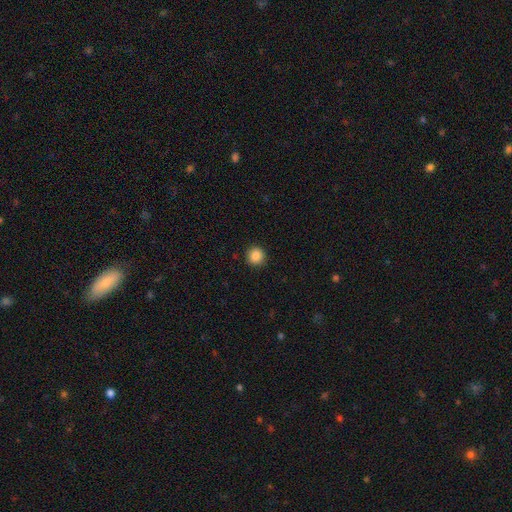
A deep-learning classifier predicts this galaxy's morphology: This is clearly a smooth galaxy (87%). How rounded: clearly round (94%). Merging: clearly none (91%).